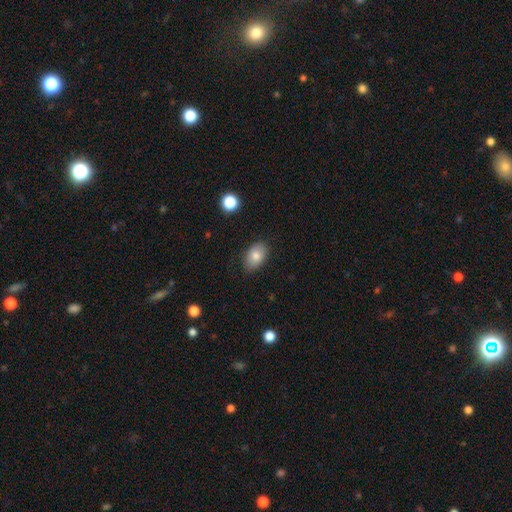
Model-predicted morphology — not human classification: Smooth or featured? smooth (80%)
How rounded? in between (89%)
Merging? none (82%)